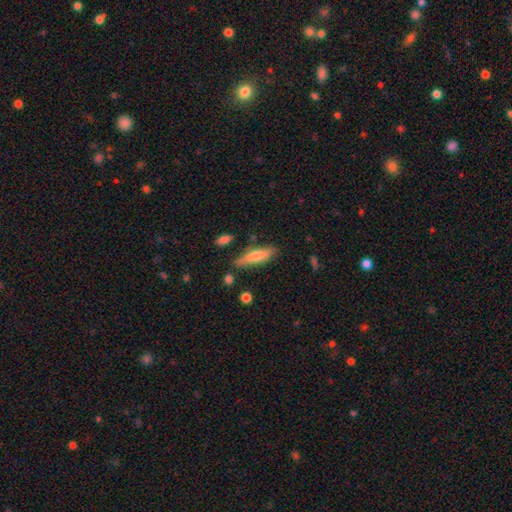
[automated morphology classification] A smooth galaxy with no disk features (59%) that is cigar-shaped (67%). Merging: none (79%).